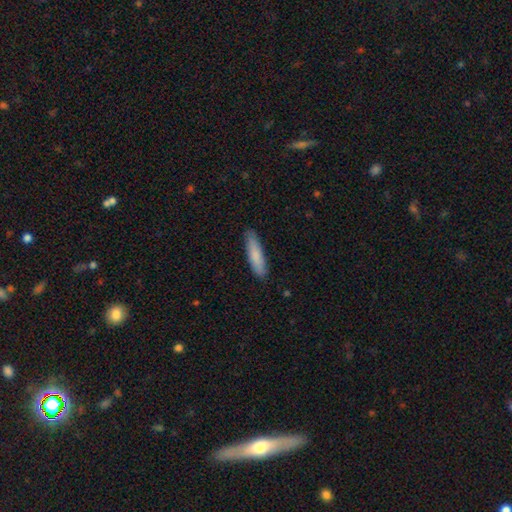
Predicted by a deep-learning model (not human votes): smooth 83%, featured or disk 12%, star or artifact 5%. Down the decision tree: how rounded — cigar-shaped (78%); merging — none (87%).